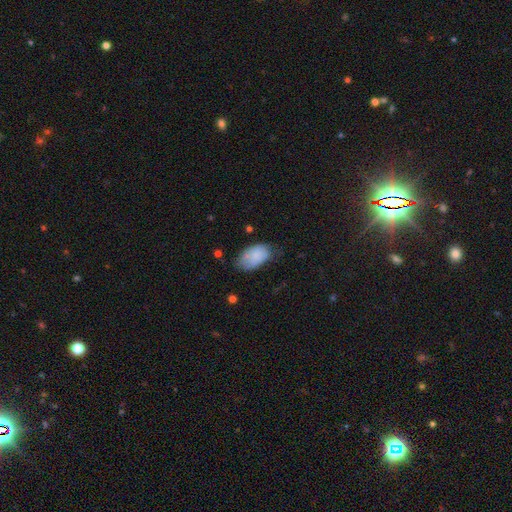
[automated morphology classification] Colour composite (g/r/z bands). It shows a smooth galaxy with no disk features (80%) that is in between round and cigar-shaped (94%). Merging: none (49%).